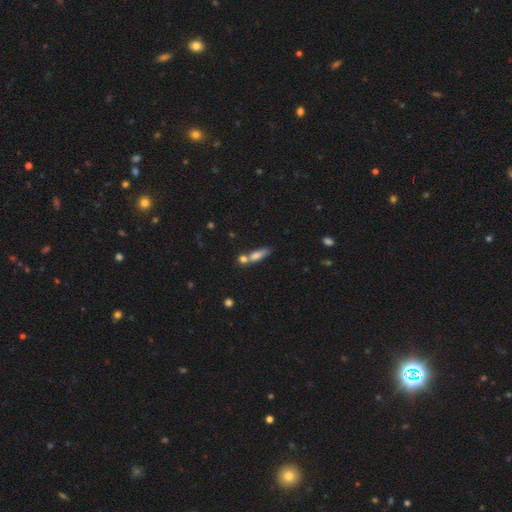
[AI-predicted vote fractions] Smooth or featured?
  - smooth: 72% *
  - featured or disk: 19%
  - star or artifact: 9%
How rounded?
  - cigar-shaped: 55% *
  - in between: 40%
  - round: 5%
Merging?
  - none: 47% *
  - merger: 32%
  - minor disturbance: 15%
  - major disturbance: 6%